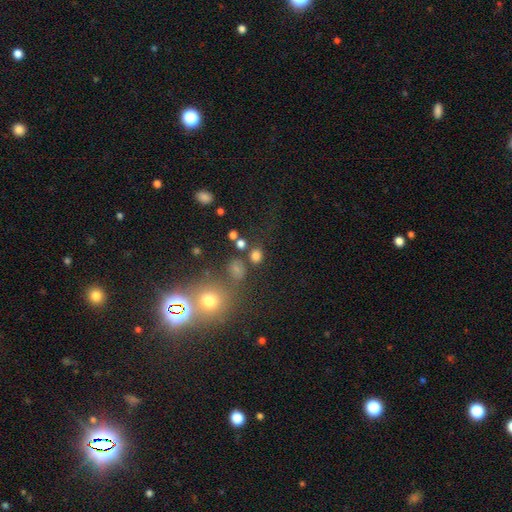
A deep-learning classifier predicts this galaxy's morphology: Q: Smooth or featured?
A: smooth (75%); runner-up: star or artifact (18%)
Q: How rounded?
A: round (73%); runner-up: in between (25%)
Q: Merging?
A: none (72%); runner-up: merger (11%)